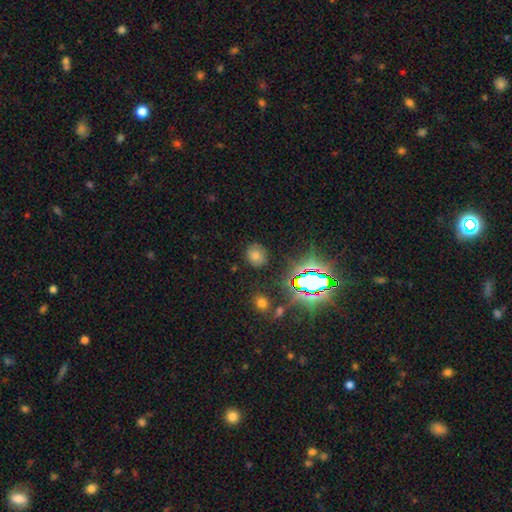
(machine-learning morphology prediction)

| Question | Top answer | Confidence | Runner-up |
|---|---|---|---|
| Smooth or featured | smooth | 55% | star or artifact (35%) |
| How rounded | round | 74% | in between (25%) |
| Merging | none | 84% | minor disturbance (10%) |